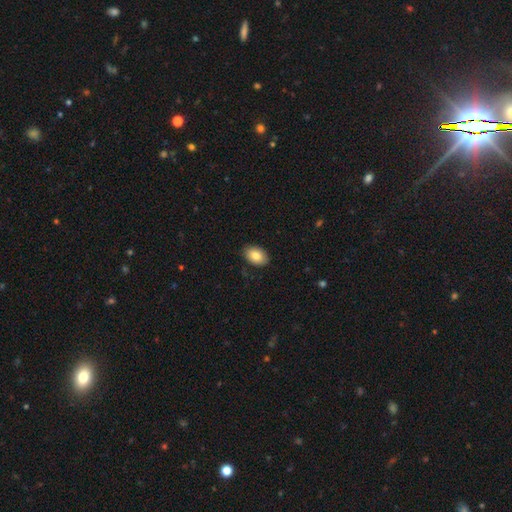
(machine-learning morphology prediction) smooth 83%, featured or disk 10%, star or artifact 7%. Down the decision tree: how rounded — in between (87%); merging — none (87%).